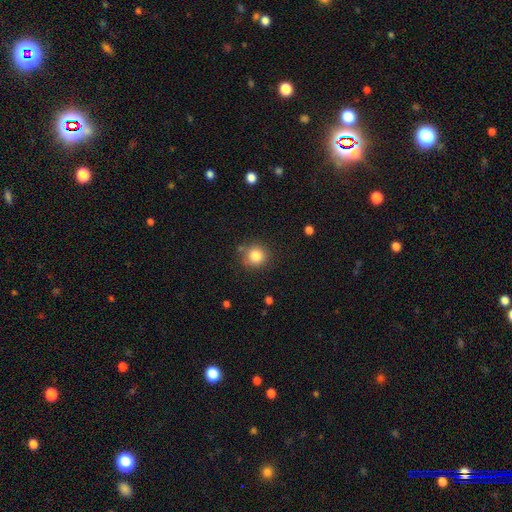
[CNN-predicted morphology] The model was most divided on "merging": none: 79%, minor disturbance: 13%, merger: 4%, major disturbance: 4%. More confident: how rounded — round (91%); smooth or featured — smooth (83%).